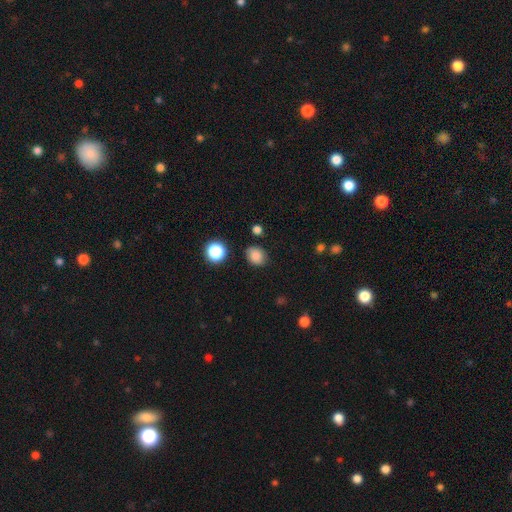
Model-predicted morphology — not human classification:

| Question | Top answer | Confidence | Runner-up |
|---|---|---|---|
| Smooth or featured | smooth | 83% | star or artifact (12%) |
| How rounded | round | 54% | in between (45%) |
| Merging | none | 81% | minor disturbance (13%) |